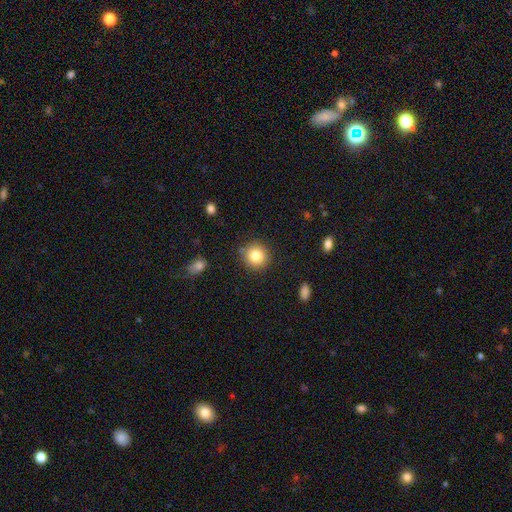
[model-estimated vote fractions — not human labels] Smooth or featured? Predicted: smooth (p=0.83). How rounded? Predicted: round (p=0.91). Merging? Predicted: none (p=0.87).